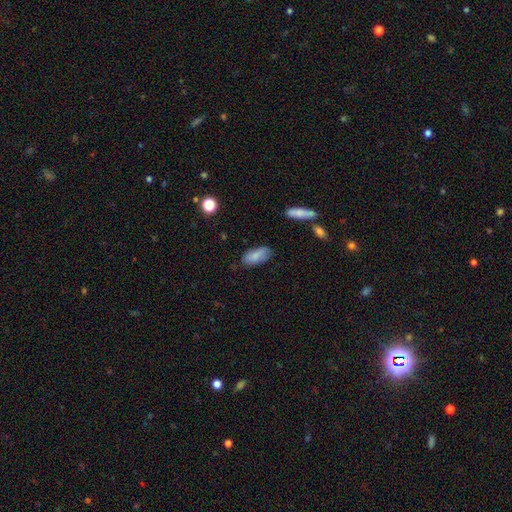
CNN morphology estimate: Overall: smooth (83%). How rounded: in between (88%). Merging: none (73%).